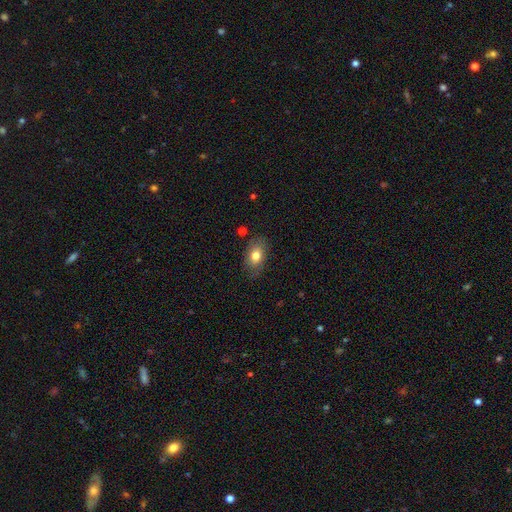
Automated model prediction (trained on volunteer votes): Smooth or featured?
  - smooth: 78% *
  - featured or disk: 14%
  - star or artifact: 8%
How rounded?
  - in between: 85% *
  - round: 12%
  - cigar-shaped: 2%
Merging?
  - none: 80% *
  - minor disturbance: 15%
  - major disturbance: 4%
  - merger: 2%